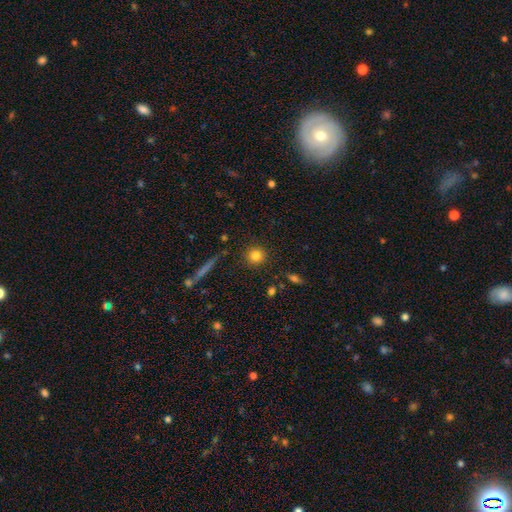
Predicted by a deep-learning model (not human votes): This appears to be a smooth galaxy with no disk features (82%) that is round (93%). Merging: none (90%).